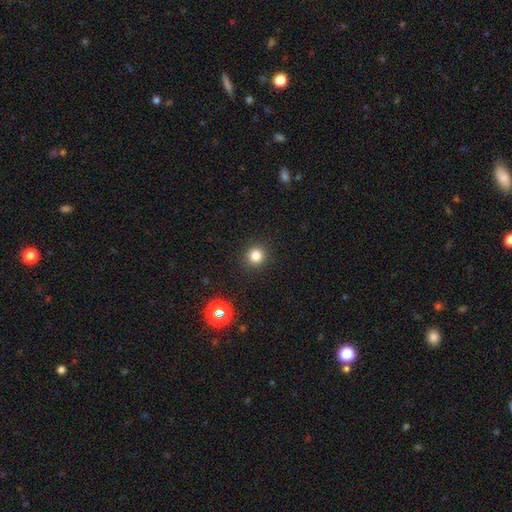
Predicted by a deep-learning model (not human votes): smooth 81%, star or artifact 14%, featured or disk 5%. Down the decision tree: how rounded — round (93%); merging — none (91%).